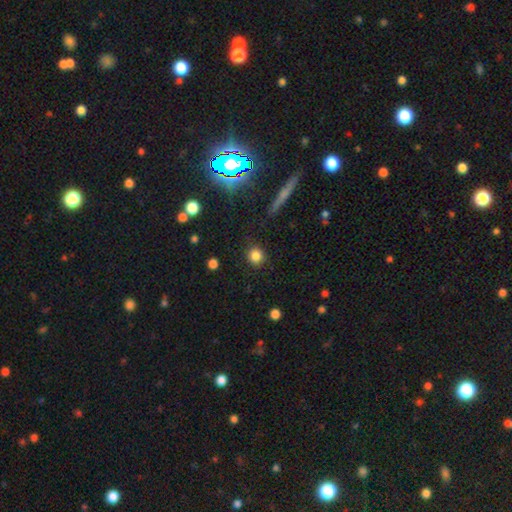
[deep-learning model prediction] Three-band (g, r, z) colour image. It shows a smooth galaxy with no disk features (83%) that is round (90%). Merging: none (89%).